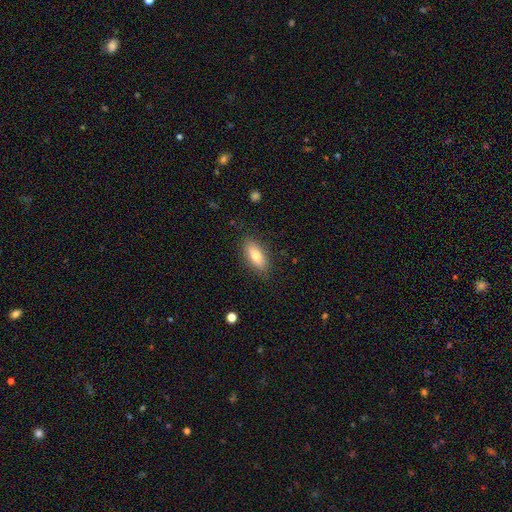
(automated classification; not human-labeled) Q: Smooth or featured?
A: smooth (74%); runner-up: featured or disk (19%)
Q: How rounded?
A: in between (81%); runner-up: cigar-shaped (15%)
Q: Merging?
A: none (85%); runner-up: minor disturbance (11%)